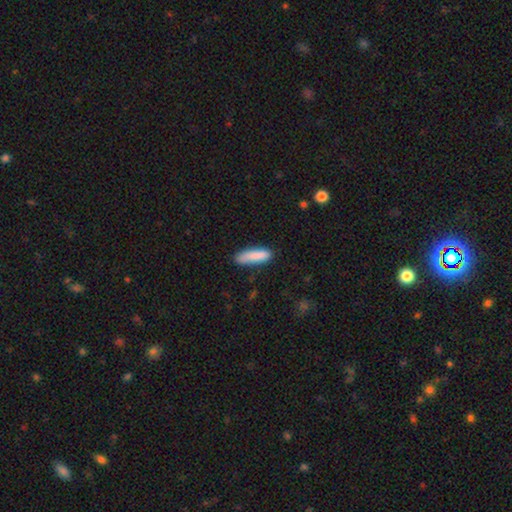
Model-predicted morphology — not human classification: smooth-or-featured: smooth: 86% | featured or disk: 8% | star or artifact: 6%
  how-rounded: cigar-shaped: 64% | in between: 35% | round: 2%
  merging: none: 80% | minor disturbance: 16% | major disturbance: 3% | merger: 2%